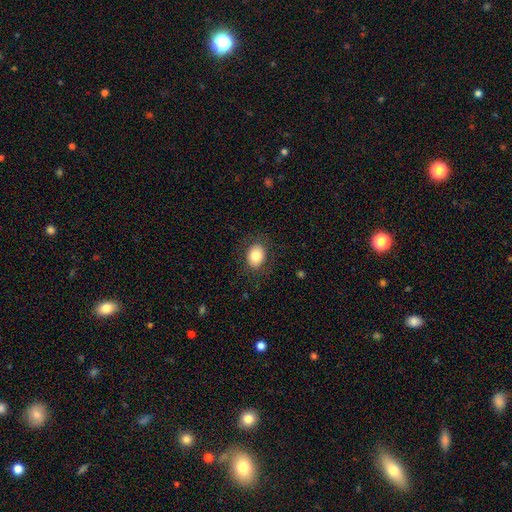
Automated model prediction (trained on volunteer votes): Morphology: type=smooth (81%); roundness=in between (59%); merging=none (85%).